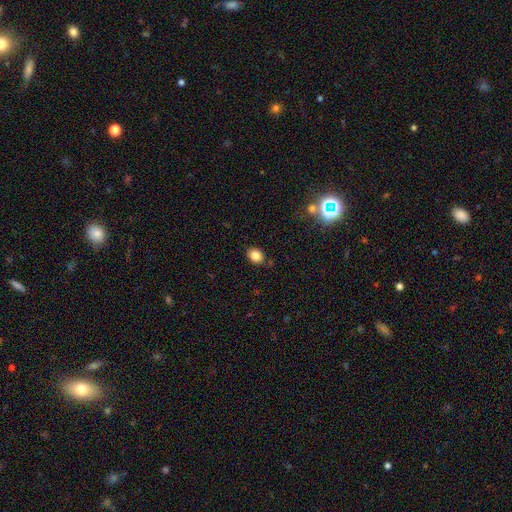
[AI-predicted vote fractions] Morphology: type=smooth (83%); roundness=in between (66%); merging=none (84%).